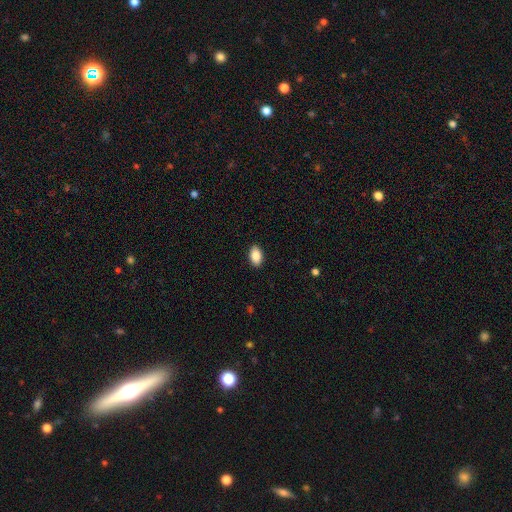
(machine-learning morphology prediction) Q: Smooth or featured?
A: smooth (87%); runner-up: star or artifact (7%)
Q: How rounded?
A: in between (92%); runner-up: round (6%)
Q: Merging?
A: none (90%); runner-up: minor disturbance (8%)